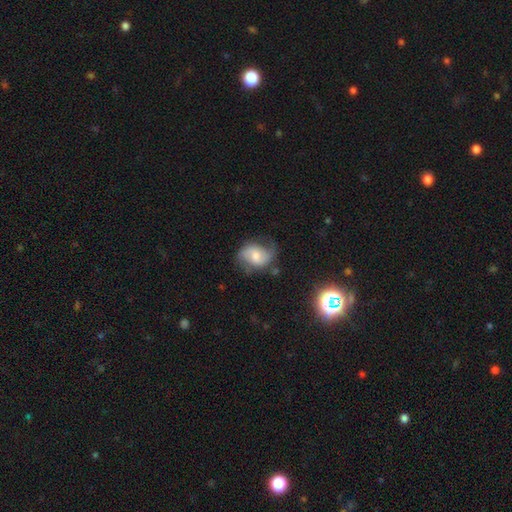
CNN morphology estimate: Q: Smooth or featured?
A: featured or disk (67%); runner-up: smooth (25%)
Q: Edge-on disk?
A: no (97%); runner-up: yes (3%)
Q: Bar?
A: weak (45%); runner-up: no (44%)
Q: Spiral arms?
A: yes (92%); runner-up: no (8%)
Q: Spiral winding?
A: medium (45%); runner-up: loose (37%)
Q: Spiral arm count?
A: 2 (84%); runner-up: can't tell (8%)
Q: Bulge size?
A: moderate (57%); runner-up: small (26%)
Q: Merging?
A: none (61%); runner-up: minor disturbance (25%)